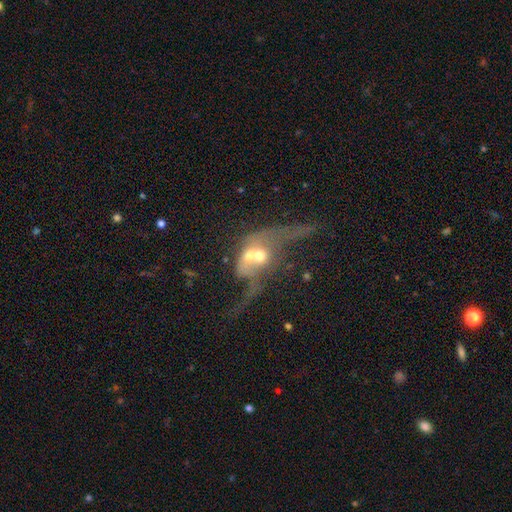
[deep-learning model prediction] Morphology: type=featured or disk (57%); edge-on=no (90%); bar=no (78%); spiral arms=no (55%); bulge=moderate (53%); merging=merger (68%).